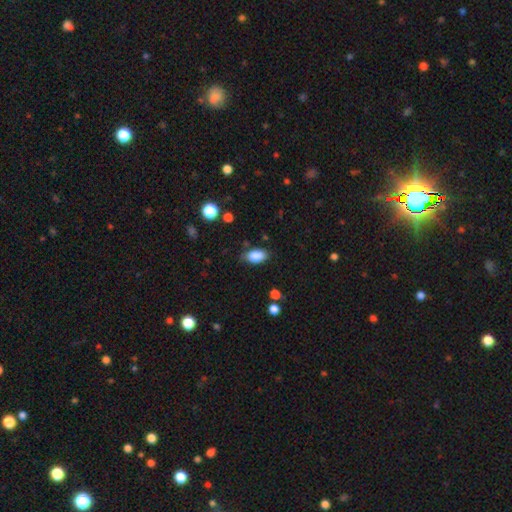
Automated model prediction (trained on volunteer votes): smooth-or-featured: smooth: 87% | star or artifact: 8% | featured or disk: 6%
  how-rounded: in between: 91% | round: 6% | cigar-shaped: 3%
  merging: none: 78% | minor disturbance: 17% | major disturbance: 3% | merger: 2%